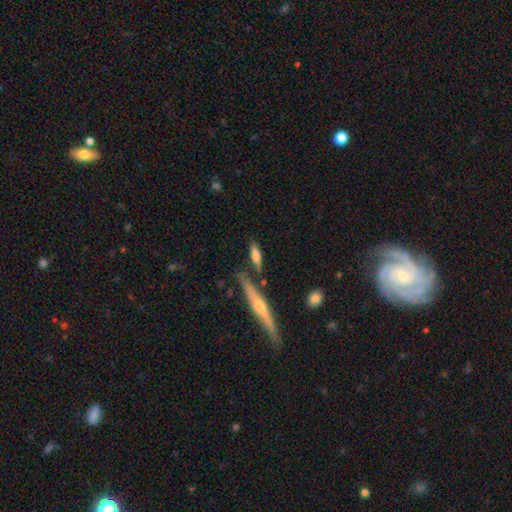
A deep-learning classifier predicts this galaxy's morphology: type=smooth (55%); roundness=cigar-shaped (56%); merging=none (66%).